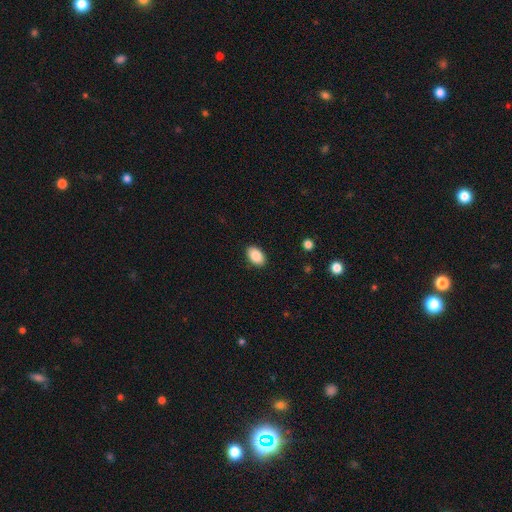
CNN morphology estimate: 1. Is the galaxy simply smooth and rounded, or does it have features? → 88% smooth, 7% star or artifact, 5% featured or disk.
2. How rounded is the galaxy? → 91% in between, 8% round, 1% cigar-shaped.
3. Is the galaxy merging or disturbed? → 89% none, 8% minor disturbance, 2% major disturbance, 1% merger.